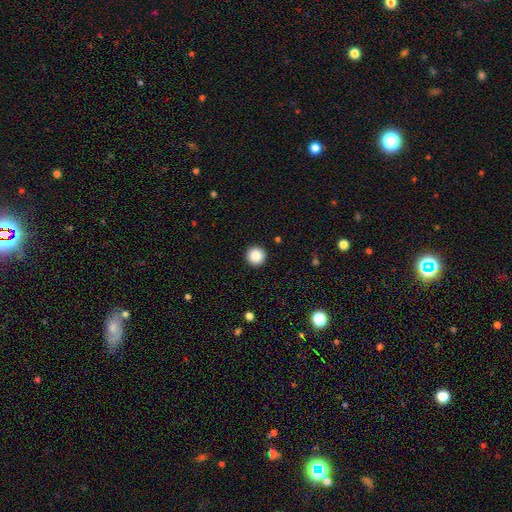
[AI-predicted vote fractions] This is clearly a smooth galaxy (87%). How rounded: clearly round (97%). Merging: clearly none (94%).